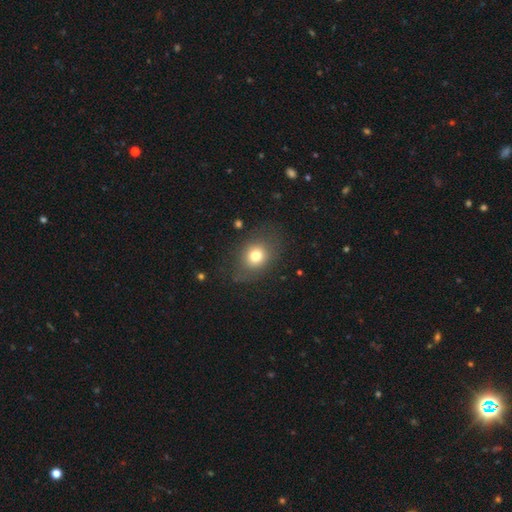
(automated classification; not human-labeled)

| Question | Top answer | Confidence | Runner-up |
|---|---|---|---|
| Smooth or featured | smooth | 74% | featured or disk (14%) |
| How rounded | in between | 51% | round (48%) |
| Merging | none | 73% | minor disturbance (16%) |